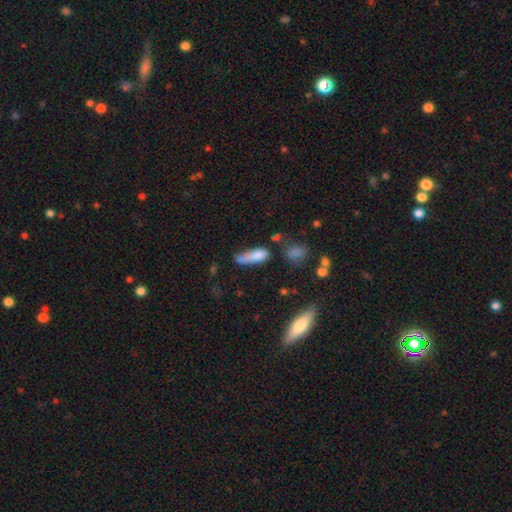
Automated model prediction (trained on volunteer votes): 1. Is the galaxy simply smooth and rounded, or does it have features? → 78% smooth, 13% featured or disk, 10% star or artifact.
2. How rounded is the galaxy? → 49% in between, 48% cigar-shaped, 3% round.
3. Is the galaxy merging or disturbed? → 35% none, 31% minor disturbance, 20% major disturbance, 15% merger.